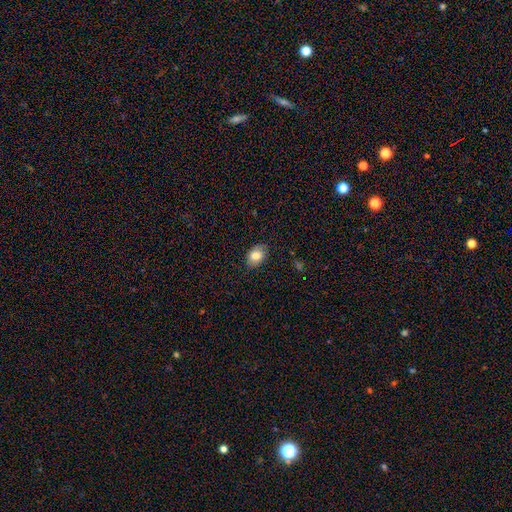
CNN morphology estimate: Overall: smooth (81%). How rounded: in between (81%). Merging: none (82%).